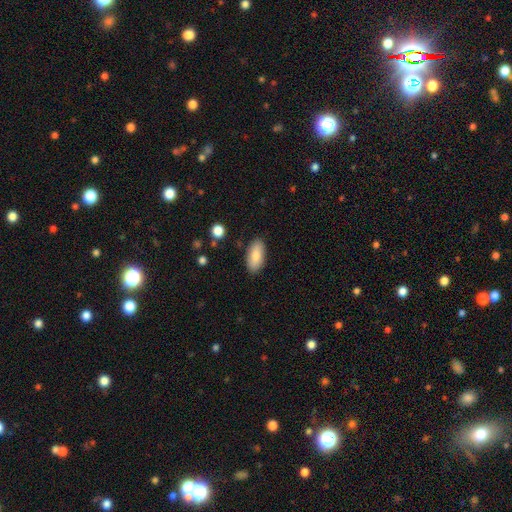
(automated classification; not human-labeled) smooth_or_featured: smooth (p=0.81) [alt: featured or disk p=0.13]
how_rounded: in between (p=0.91) [alt: cigar-shaped p=0.07]
merging: none (p=0.87) [alt: minor disturbance p=0.09]